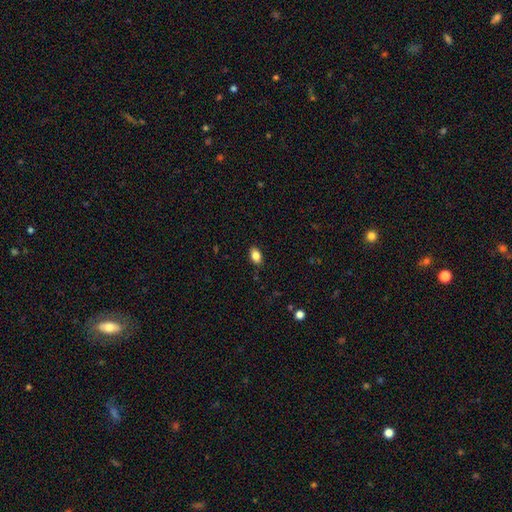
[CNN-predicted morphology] The model was most divided on "smooth or featured": smooth: 84%, star or artifact: 9%, featured or disk: 7%. More confident: how rounded — in between (88%); merging — none (87%).